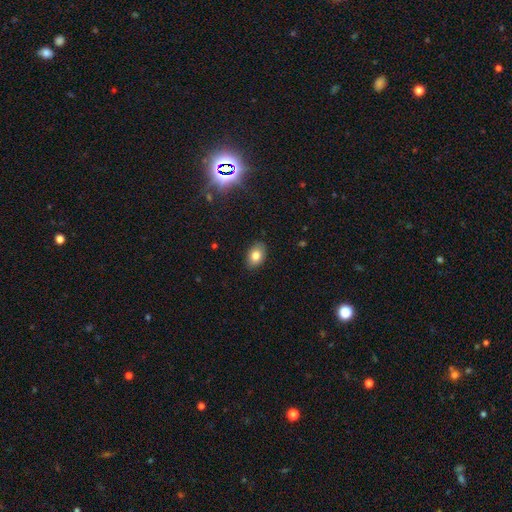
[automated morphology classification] A smooth galaxy with no disk features (81%) that is in between round and cigar-shaped (84%).

Vote fractions:
- Smooth or featured? smooth: 81% / featured or disk: 10% / star or artifact: 9%
- How rounded? in between: 84% / round: 15% / cigar-shaped: 1%
- Merging? none: 86% / minor disturbance: 11% / major disturbance: 2% / merger: 1%